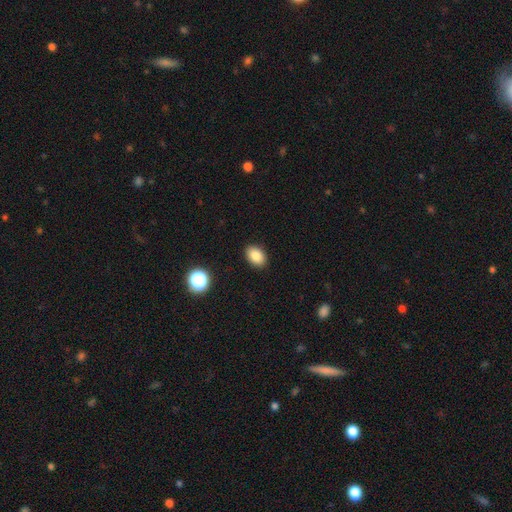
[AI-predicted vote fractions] Overall: smooth (85%). How rounded: in between (82%). Merging: none (89%).